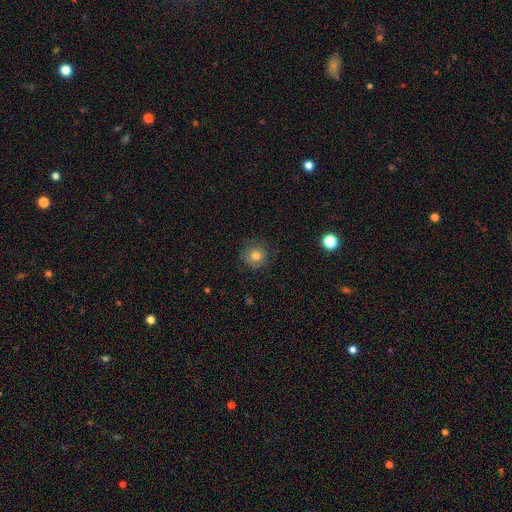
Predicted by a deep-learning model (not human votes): Smooth or featured? Predicted: smooth (p=0.80). How rounded? Predicted: round (p=0.92). Merging? Predicted: none (p=0.82).